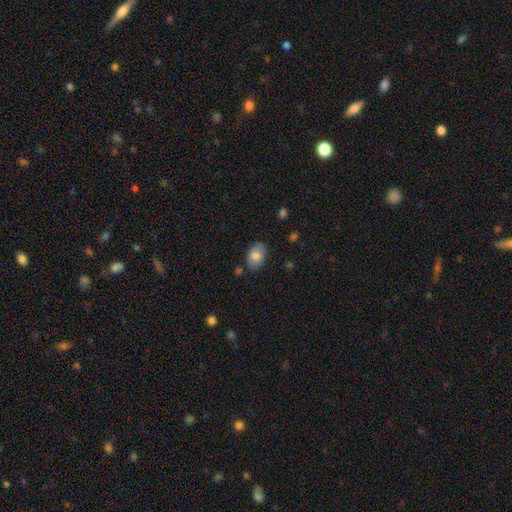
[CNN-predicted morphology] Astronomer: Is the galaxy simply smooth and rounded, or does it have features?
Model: smooth — 78%.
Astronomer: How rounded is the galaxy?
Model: in between — 85%.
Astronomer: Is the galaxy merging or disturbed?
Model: none — 81%.